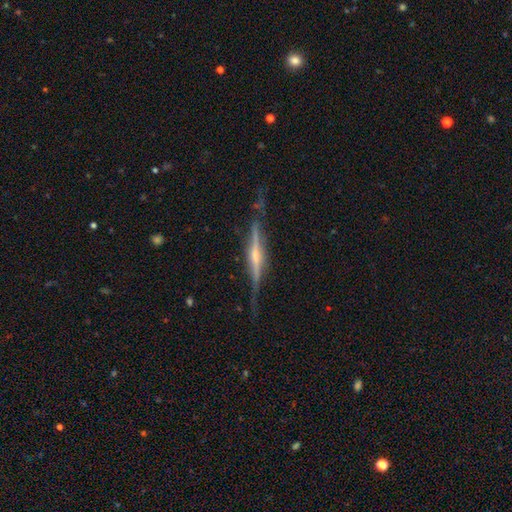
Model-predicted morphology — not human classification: smooth-or-featured: featured or disk: 83% | smooth: 11% | star or artifact: 6%
  disk-edge-on: yes: 97% | no: 3%
    edge-on-bulge: rounded: 67% | boxy: 18% | none: 15%
  merging: none: 76% | minor disturbance: 17% | major disturbance: 5% | merger: 2%